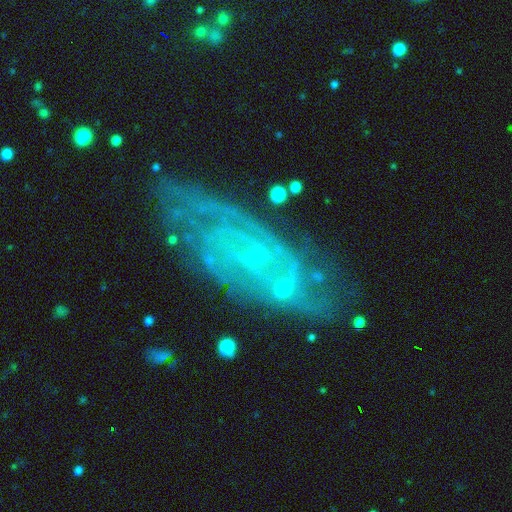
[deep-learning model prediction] Morphology: type=featured or disk (82%); edge-on=no (93%); bar=no (47%); spiral arms=yes (91%); winding=tight (55%); arm count=can't tell (36%); bulge=small (74%); merging=none (65%).